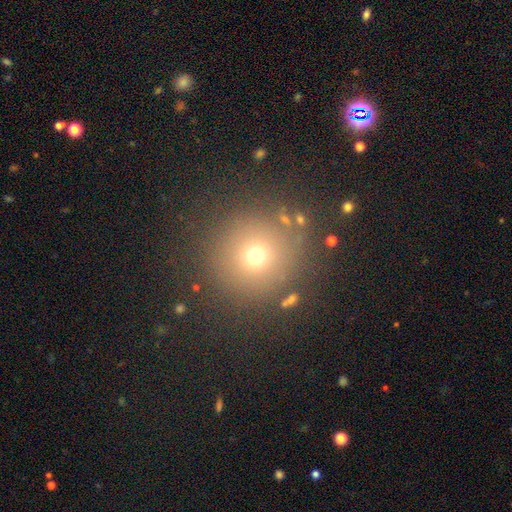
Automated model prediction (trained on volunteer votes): This is likely a smooth galaxy (68%). How rounded: clearly round (94%). Merging: clearly none (83%).